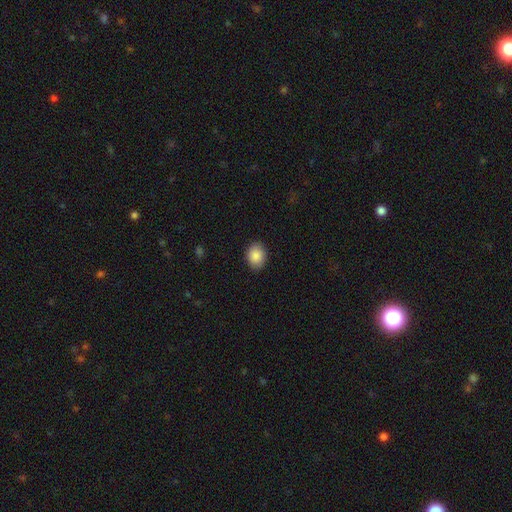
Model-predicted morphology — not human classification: Smooth or featured: smooth — 88% (star or artifact — 8%)
How rounded: in between — 61% (round — 38%)
Merging: none — 88% (minor disturbance — 9%)